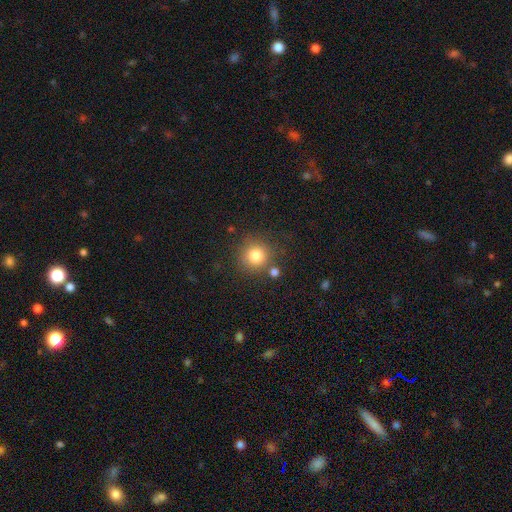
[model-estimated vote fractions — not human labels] Smooth or featured? Predicted: smooth (p=0.82). How rounded? Predicted: round (p=0.93). Merging? Predicted: none (p=0.78).